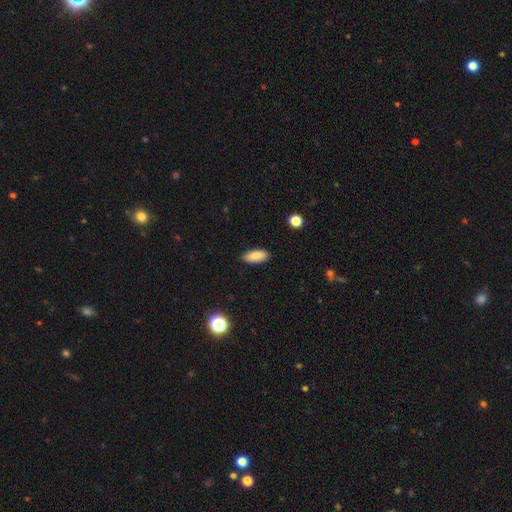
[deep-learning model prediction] Overall: smooth (85%). How rounded: in between (87%). Merging: none (87%).